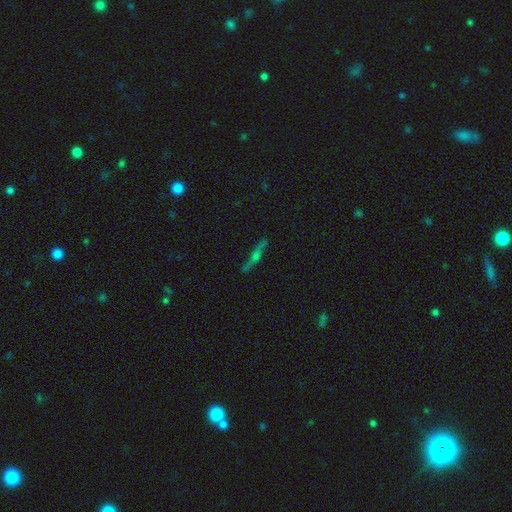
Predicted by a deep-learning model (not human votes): Morphology: type=featured or disk (58%); edge-on=yes (84%); merging=none (76%).